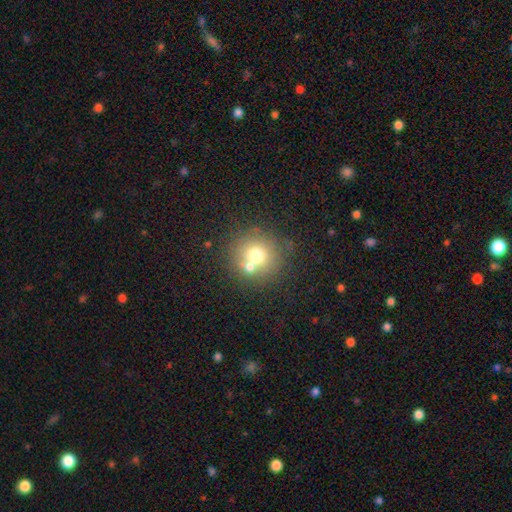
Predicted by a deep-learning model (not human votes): Smooth or featured: smooth — 68% (featured or disk — 18%)
How rounded: round — 91% (in between — 8%)
Merging: none — 61% (merger — 25%)